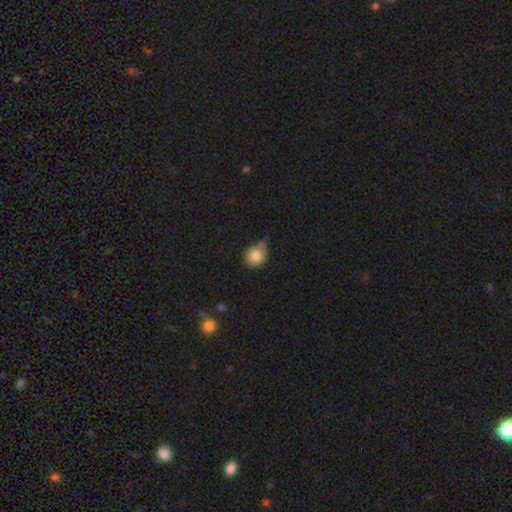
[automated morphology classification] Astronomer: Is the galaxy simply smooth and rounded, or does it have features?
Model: smooth — 82%.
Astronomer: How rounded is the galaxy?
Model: round — 83%.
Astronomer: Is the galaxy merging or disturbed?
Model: none — 57%.